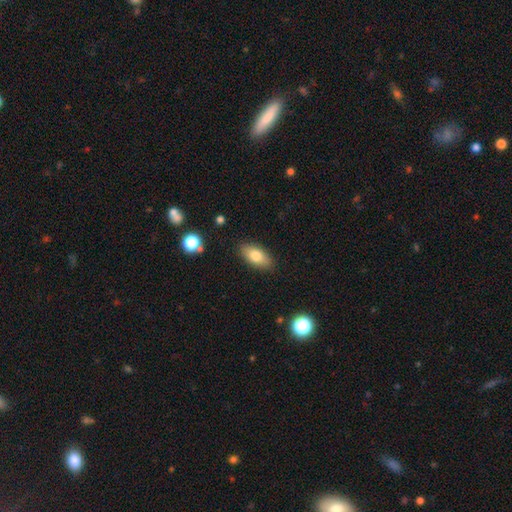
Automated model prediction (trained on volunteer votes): The model was most divided on "smooth or featured": smooth: 78%, featured or disk: 15%, star or artifact: 7%. More confident: how rounded — in between (88%); merging — none (87%).